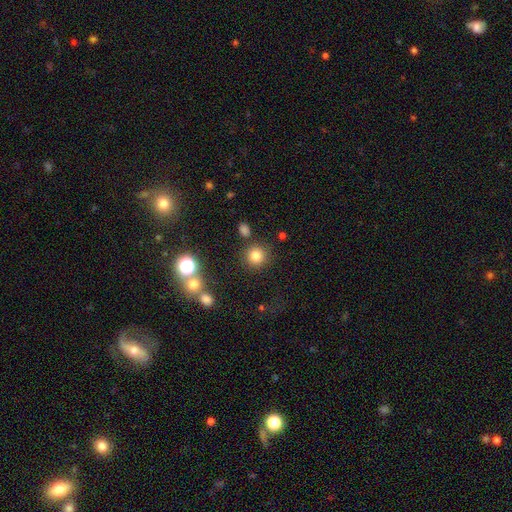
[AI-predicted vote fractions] smooth 80%, star or artifact 14%, featured or disk 6%. Down the decision tree: how rounded — round (92%); merging — none (84%).